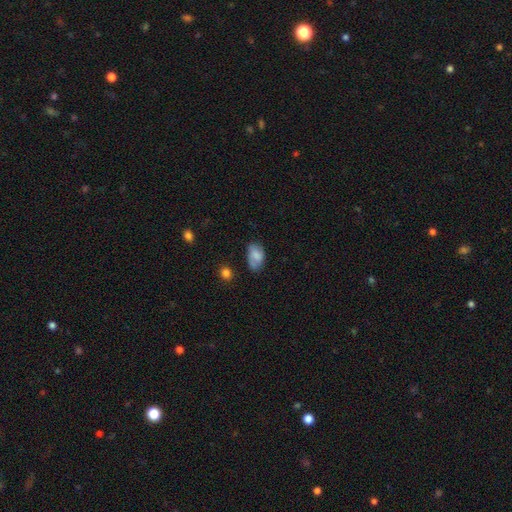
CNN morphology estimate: This appears to be a smooth galaxy with no disk features (76%) that is in between round and cigar-shaped (91%). Merging: none (54%).